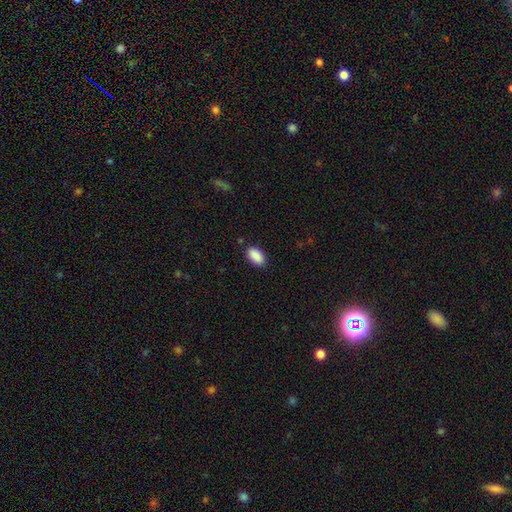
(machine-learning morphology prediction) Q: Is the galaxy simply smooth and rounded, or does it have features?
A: smooth — 90%.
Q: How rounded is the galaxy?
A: in between — 94%.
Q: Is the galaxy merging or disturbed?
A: none — 84%.